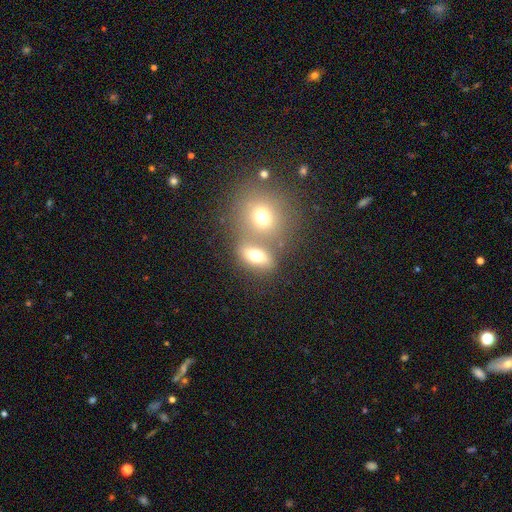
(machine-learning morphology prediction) A smooth galaxy with no disk features (69%) that is in between round and cigar-shaped (62%). Merging: none (45%).